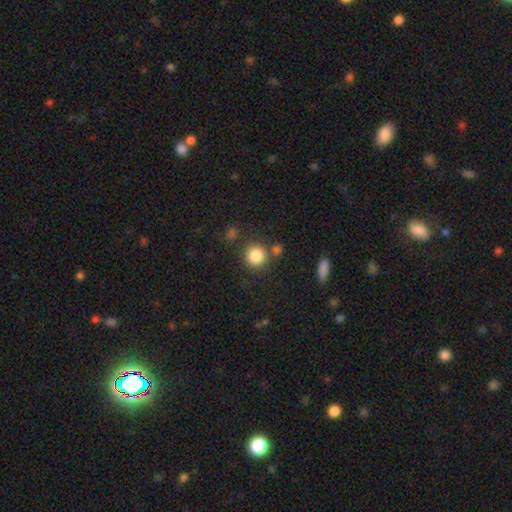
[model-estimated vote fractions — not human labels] This is clearly a smooth galaxy (85%). How rounded: clearly round (90%). Merging: likely none (76%).